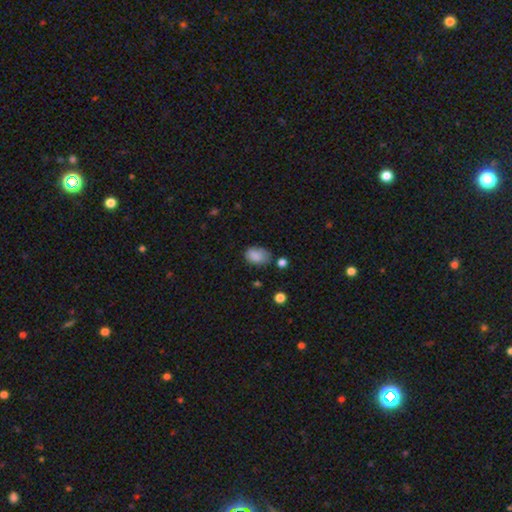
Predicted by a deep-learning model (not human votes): This is clearly a smooth galaxy (85%). How rounded: clearly in between (81%). Merging: possibly none (59%).